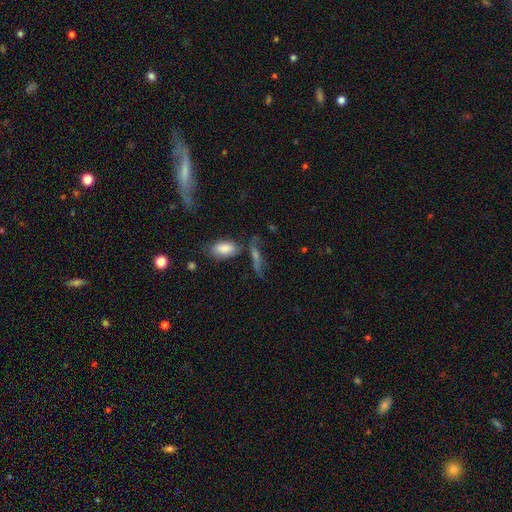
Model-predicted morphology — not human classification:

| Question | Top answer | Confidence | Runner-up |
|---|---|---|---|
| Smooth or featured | smooth | 48% | featured or disk (33%) |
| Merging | none | 57% | merger (17%) |